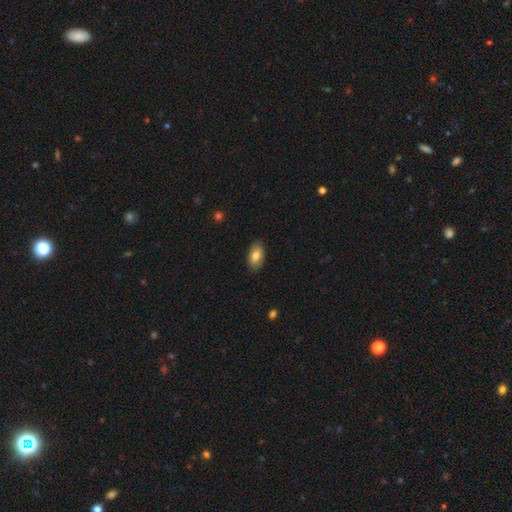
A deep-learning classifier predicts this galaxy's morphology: A smooth galaxy with no disk features (82%) that is in between round and cigar-shaped (93%).

Vote fractions:
- Smooth or featured? smooth: 82% / featured or disk: 11% / star or artifact: 7%
- How rounded? in between: 93% / round: 5% / cigar-shaped: 2%
- Merging? none: 87% / minor disturbance: 10% / major disturbance: 2% / merger: 1%